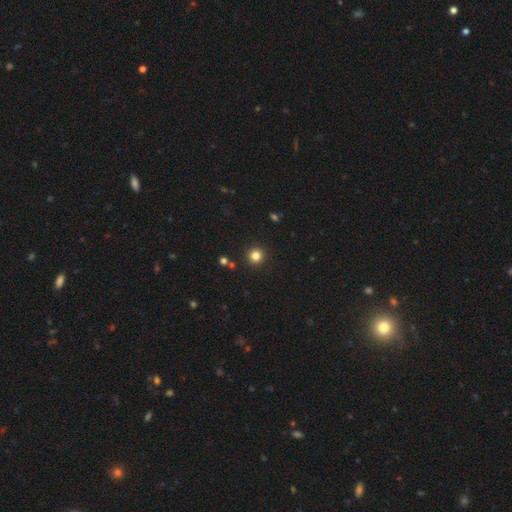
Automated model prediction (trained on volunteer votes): A smooth galaxy with no disk features (82%) that is round (94%). Merging: none (91%).